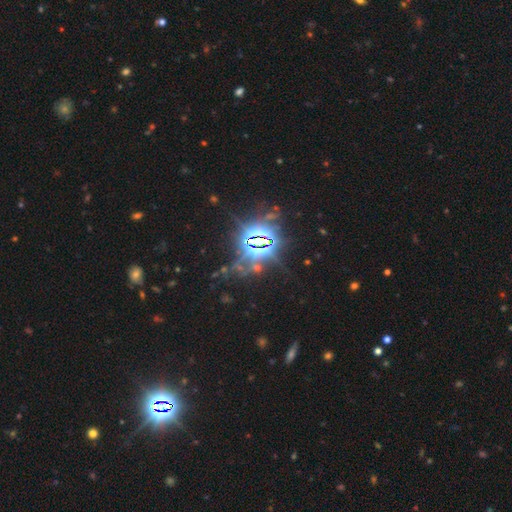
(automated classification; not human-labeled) The model was most divided on "smooth or featured": star or artifact: 86%, smooth: 7%, featured or disk: 7%.